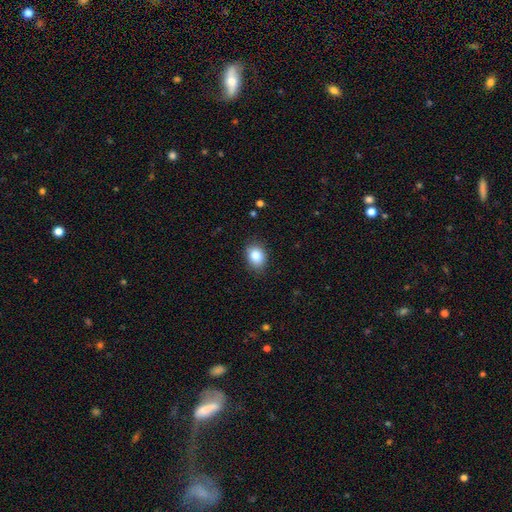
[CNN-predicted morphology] A smooth galaxy with no disk features (85%) that is in between round and cigar-shaped (65%).

Vote fractions:
- Smooth or featured? smooth: 85% / star or artifact: 9% / featured or disk: 6%
- How rounded? in between: 65% / round: 34% / cigar-shaped: 1%
- Merging? none: 83% / minor disturbance: 14% / major disturbance: 3% / merger: 1%